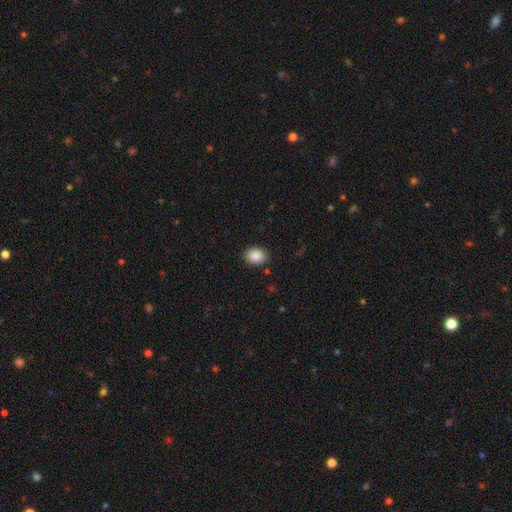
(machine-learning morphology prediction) A smooth galaxy with no disk features (88%) that is in between round and cigar-shaped (60%). Merging: none (88%).